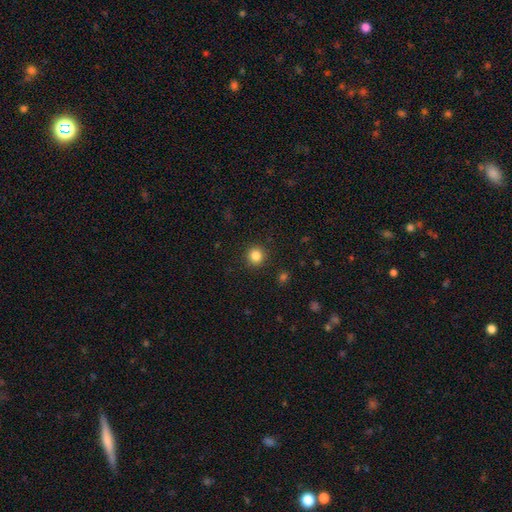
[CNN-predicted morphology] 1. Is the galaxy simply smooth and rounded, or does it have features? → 84% smooth, 12% star or artifact, 5% featured or disk.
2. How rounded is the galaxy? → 94% round, 5% in between, 1% cigar-shaped.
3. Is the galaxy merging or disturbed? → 92% none, 5% minor disturbance, 2% major disturbance, 1% merger.